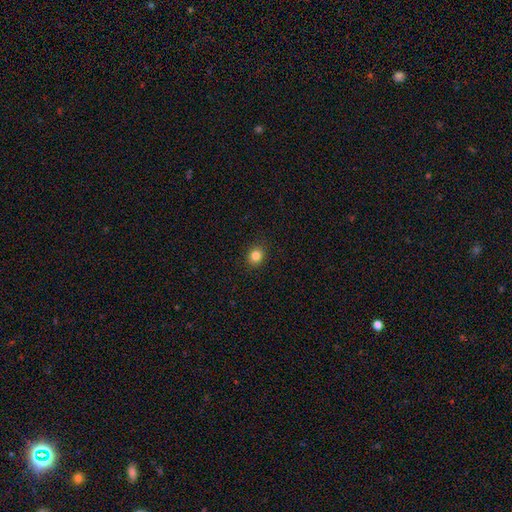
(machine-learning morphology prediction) Smooth or featured? smooth (83%)
How rounded? round (71%)
Merging? none (91%)